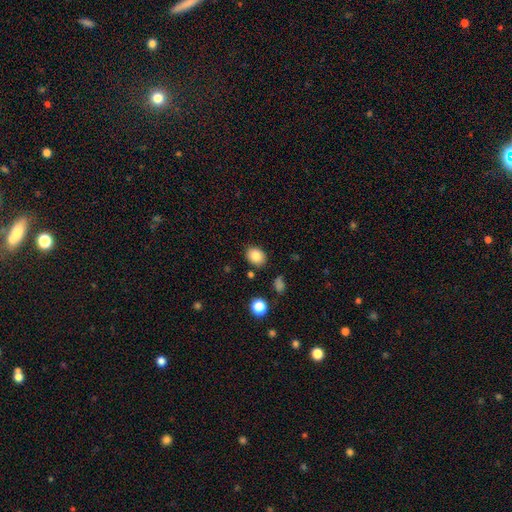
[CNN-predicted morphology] Smooth or featured?
  - smooth: 83% *
  - star or artifact: 9%
  - featured or disk: 7%
How rounded?
  - in between: 57% *
  - round: 42%
  - cigar-shaped: 1%
Merging?
  - none: 85% *
  - minor disturbance: 10%
  - merger: 3%
  - major disturbance: 3%